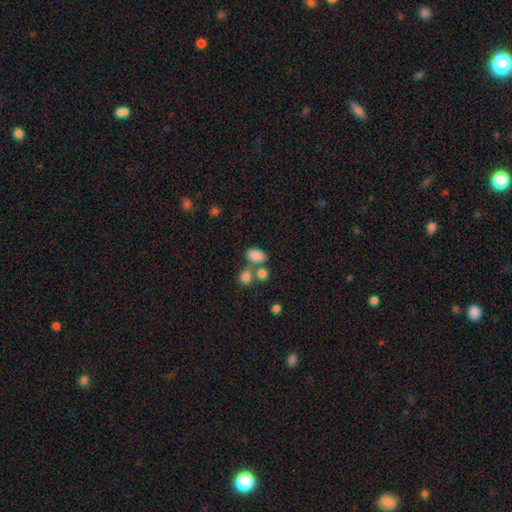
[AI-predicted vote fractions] This appears to be a smooth galaxy with no disk features (82%) that is in between round and cigar-shaped (86%). Merging: none (47%).